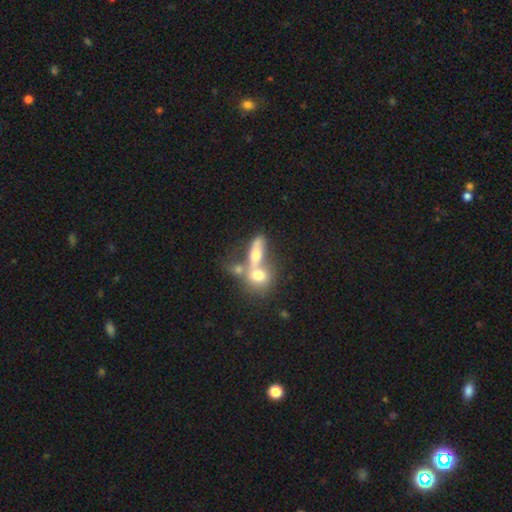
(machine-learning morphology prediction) This is possibly a smooth galaxy (50%). Merging: likely merger (66%).